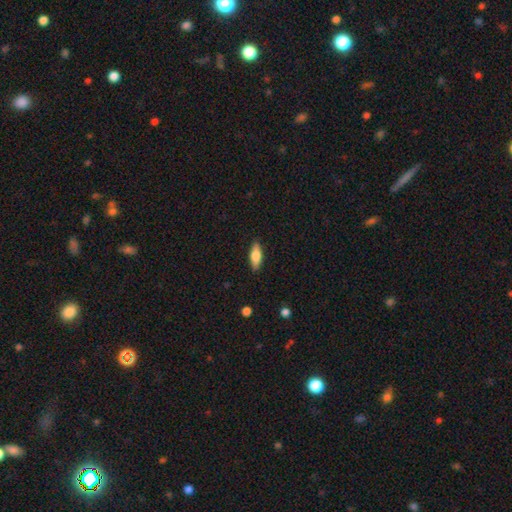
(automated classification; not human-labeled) A smooth galaxy with no disk features (68%) that is in between round and cigar-shaped (66%). Merging: none (87%).